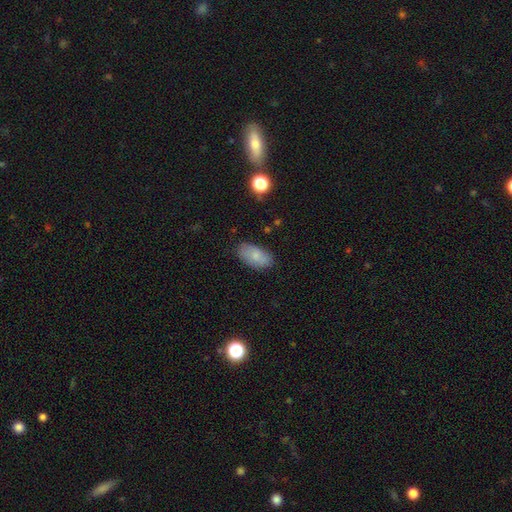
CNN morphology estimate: Smooth or featured?
  - smooth: 80% *
  - featured or disk: 12%
  - star or artifact: 8%
How rounded?
  - in between: 93% *
  - round: 4%
  - cigar-shaped: 2%
Merging?
  - none: 81% *
  - minor disturbance: 15%
  - major disturbance: 3%
  - merger: 1%